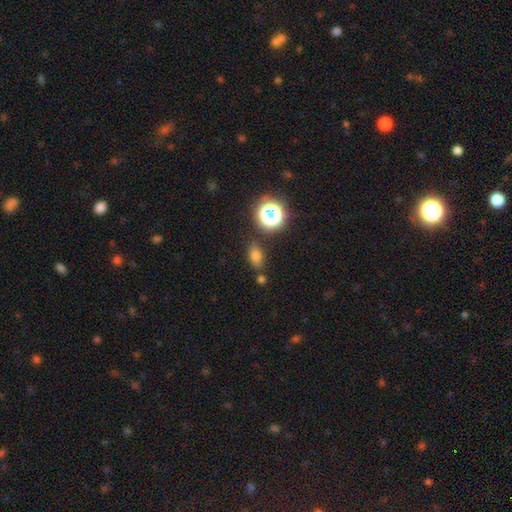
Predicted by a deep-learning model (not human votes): A smooth galaxy with no disk features (71%) that is in between round and cigar-shaped (75%). Merging: none (78%).